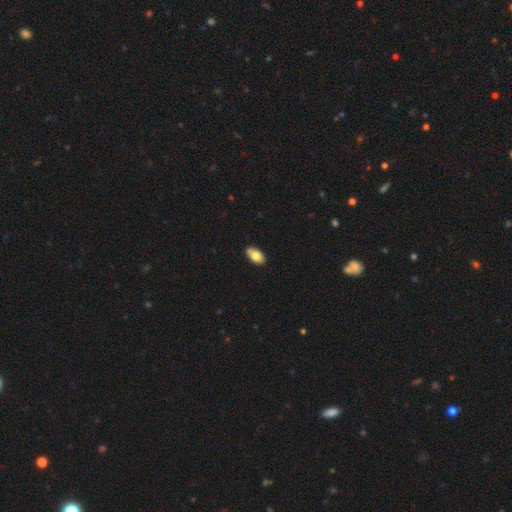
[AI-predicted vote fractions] This appears to be a smooth galaxy with no disk features (78%) that is in between round and cigar-shaped (92%). Merging: none (74%).